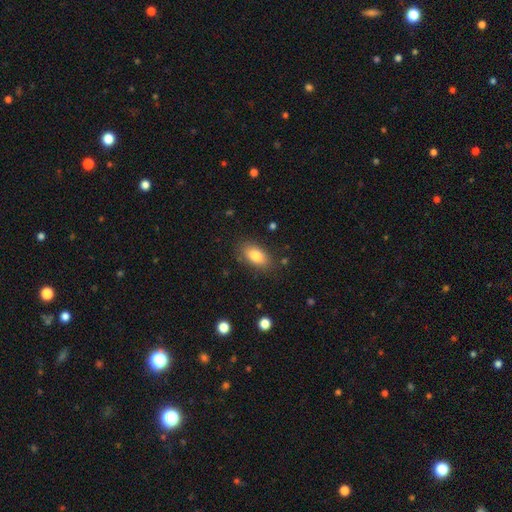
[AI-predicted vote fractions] A smooth galaxy with no disk features (81%) that is in between round and cigar-shaped (89%). Merging: none (83%).